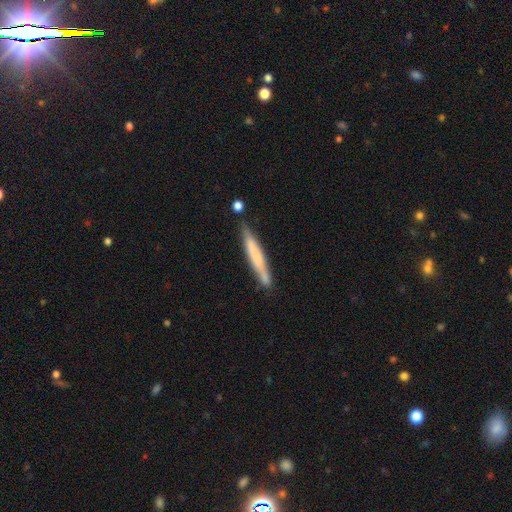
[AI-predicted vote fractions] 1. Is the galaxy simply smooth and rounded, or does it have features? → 59% smooth, 35% featured or disk, 6% star or artifact.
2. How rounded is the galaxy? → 95% cigar-shaped, 4% in between, 1% round.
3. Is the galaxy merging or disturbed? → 76% none, 15% minor disturbance, 6% merger, 3% major disturbance.